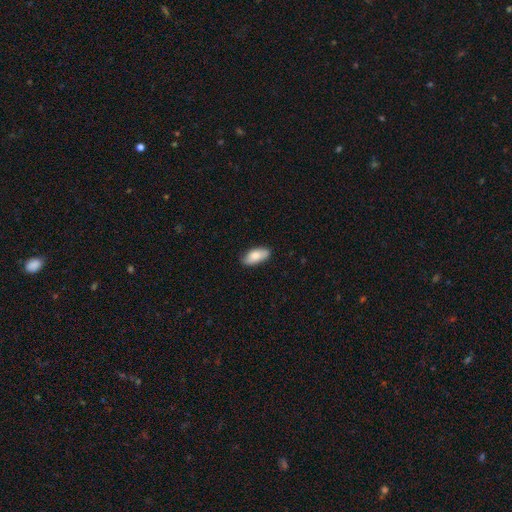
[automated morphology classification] This is likely a smooth galaxy (80%). How rounded: clearly in between (86%). Merging: clearly none (83%).